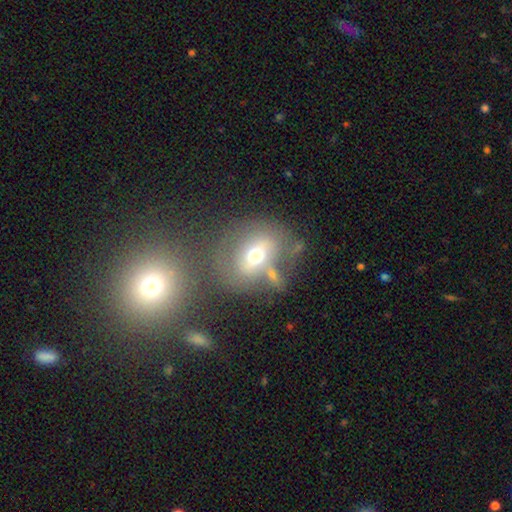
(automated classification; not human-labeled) Morphology: type=smooth (52%); roundness=in between (52%); merging=none (47%).